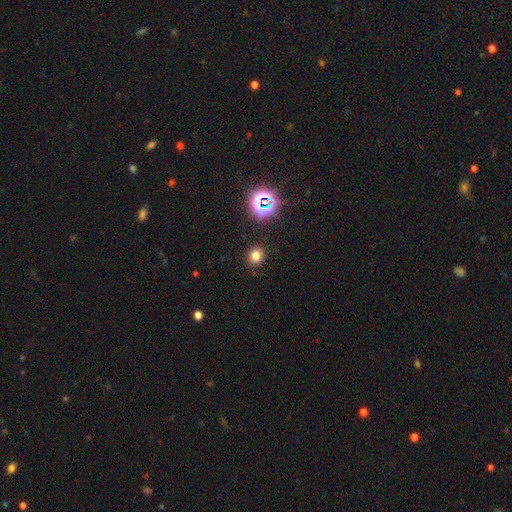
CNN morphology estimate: smooth 73%, star or artifact 21%, featured or disk 6%. Down the decision tree: how rounded — round (73%); merging — none (89%).